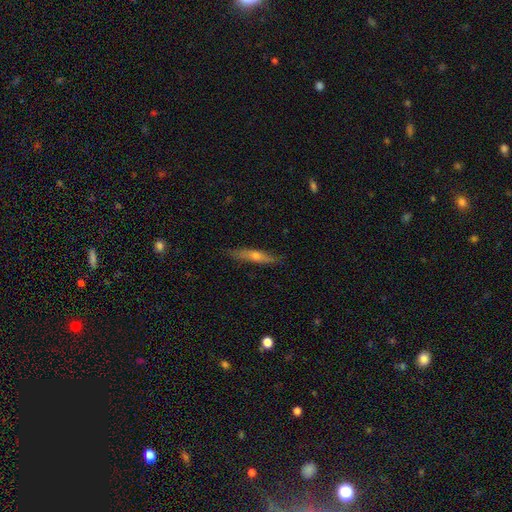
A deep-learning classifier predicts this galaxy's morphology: featured or disk 54%, smooth 40%, star or artifact 7%. Down the decision tree: edge-on disk — yes (89%); merging — none (83%).